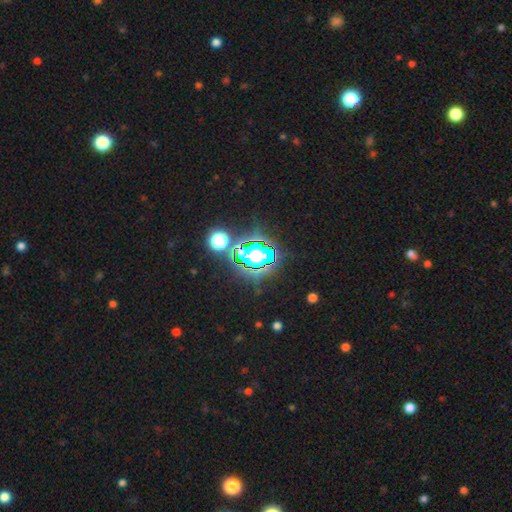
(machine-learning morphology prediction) smooth_or_featured: star or artifact (p=0.70) [alt: smooth p=0.19]